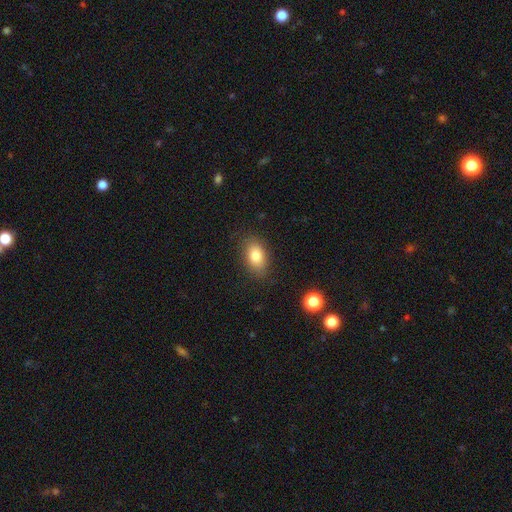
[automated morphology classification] type=smooth (81%); roundness=in between (87%); merging=none (83%).